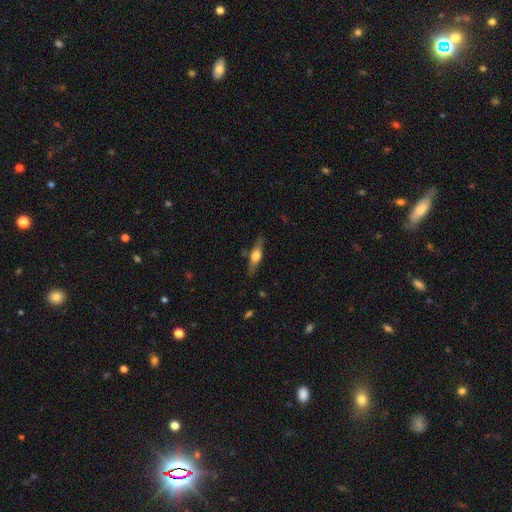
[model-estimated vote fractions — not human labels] Smooth or featured?
  - featured or disk: 53% *
  - smooth: 41%
  - star or artifact: 6%
Edge-on disk?
  - yes: 91% *
  - no: 9%
Merging?
  - none: 82% *
  - minor disturbance: 13%
  - major disturbance: 3%
  - merger: 2%